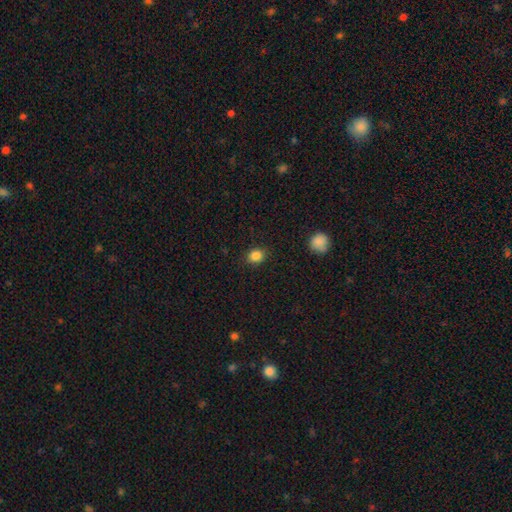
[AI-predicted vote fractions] This appears to be a smooth galaxy with no disk features (86%) that is round (56%). Merging: none (87%).